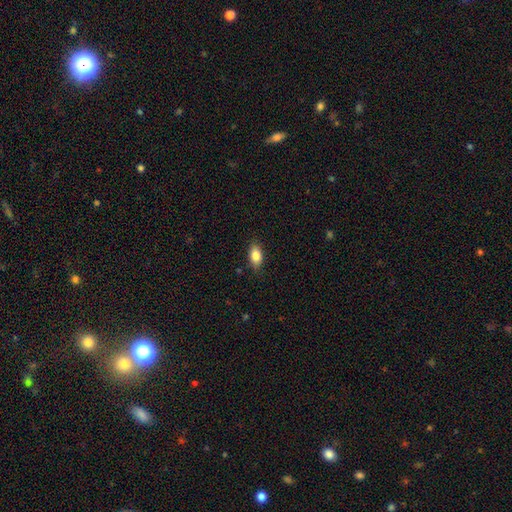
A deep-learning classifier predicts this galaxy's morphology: type=smooth (84%); roundness=in between (89%); merging=none (85%).